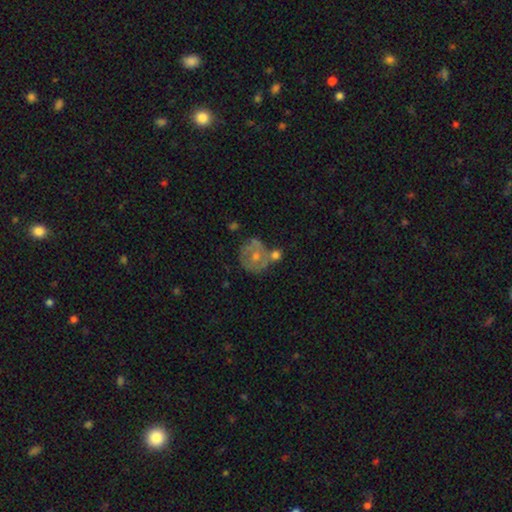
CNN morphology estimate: Smooth or featured?
  - featured or disk: 58% *
  - smooth: 32%
  - star or artifact: 9%
Edge-on disk?
  - no: 97% *
  - yes: 3%
Bar?
  - no: 81% *
  - weak: 15%
  - strong: 3%
Spiral arms?
  - no: 57% *
  - yes: 43%
Bulge size?
  - moderate: 55% *
  - small: 39%
  - none: 3%
  - large: 2%
  - dominant: 1%
Merging?
  - none: 53% *
  - minor disturbance: 19%
  - merger: 19%
  - major disturbance: 9%